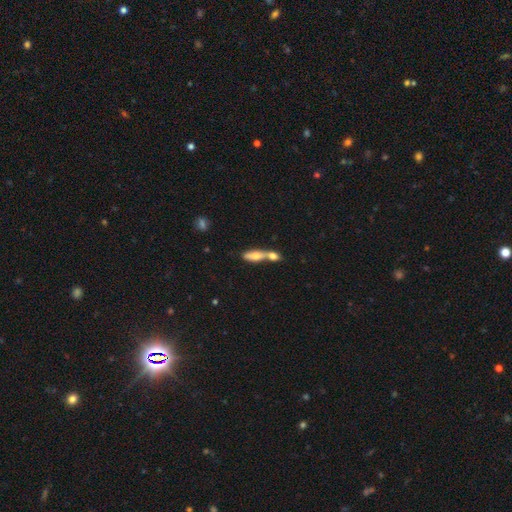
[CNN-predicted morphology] smooth_or_featured: smooth (p=0.64) [alt: featured or disk p=0.28]
how_rounded: cigar-shaped (p=0.48) [alt: in between p=0.47]
merging: merger (p=0.64) [alt: none p=0.24]